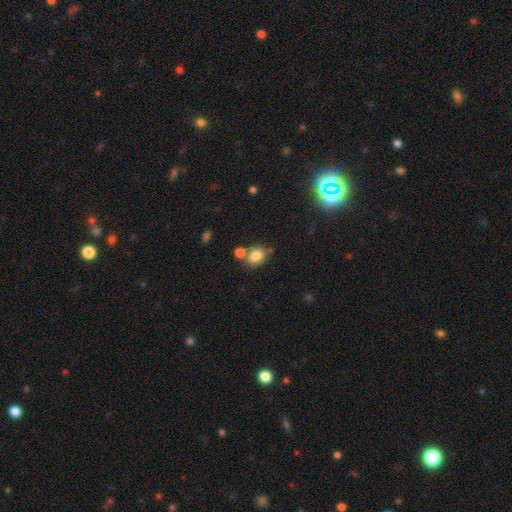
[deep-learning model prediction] Q: Smooth or featured?
A: smooth (82%); runner-up: star or artifact (10%)
Q: How rounded?
A: in between (52%); runner-up: round (47%)
Q: Merging?
A: none (64%); runner-up: merger (19%)